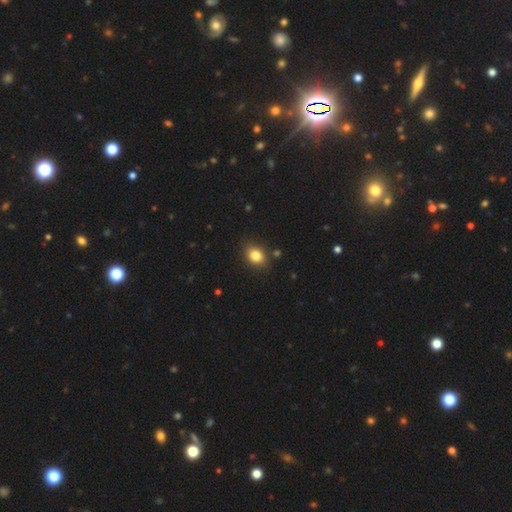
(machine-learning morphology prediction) Smooth or featured? smooth (82%)
How rounded? round (50%)
Merging? none (84%)